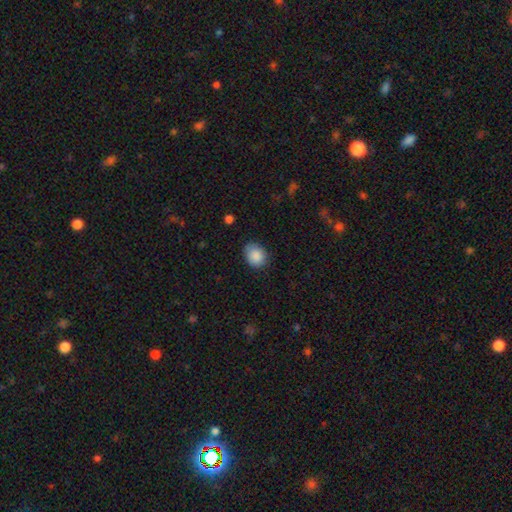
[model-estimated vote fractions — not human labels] Overall: smooth (88%). How rounded: in between (50%; round 49%). Merging: none (77%).